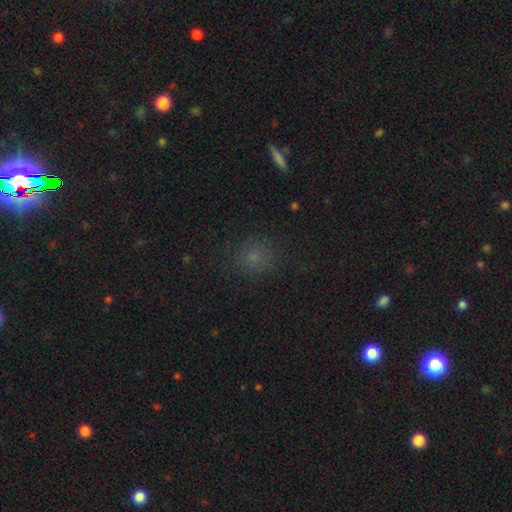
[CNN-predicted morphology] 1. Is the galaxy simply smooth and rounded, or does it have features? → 68% smooth, 24% star or artifact, 8% featured or disk.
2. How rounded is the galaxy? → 85% round, 14% in between, 1% cigar-shaped.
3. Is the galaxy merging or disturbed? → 84% none, 11% minor disturbance, 4% major disturbance, 1% merger.